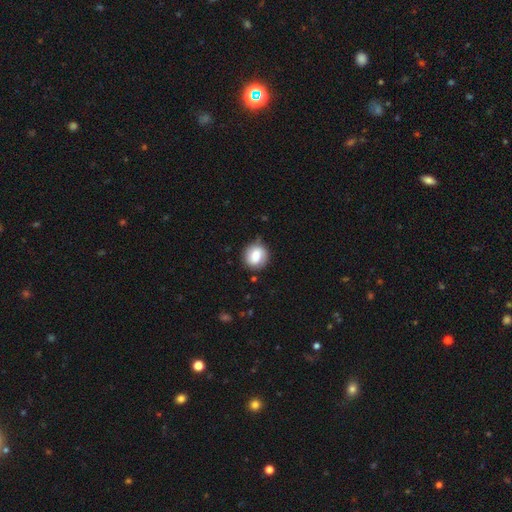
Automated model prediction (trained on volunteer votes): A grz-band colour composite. It shows a smooth galaxy with no disk features (78%) that is round (83%). Merging: none (79%).